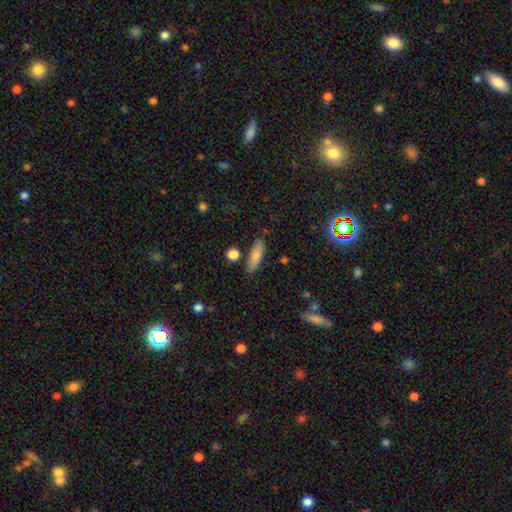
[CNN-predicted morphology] type=smooth (81%); roundness=in between (49%); merging=none (82%).